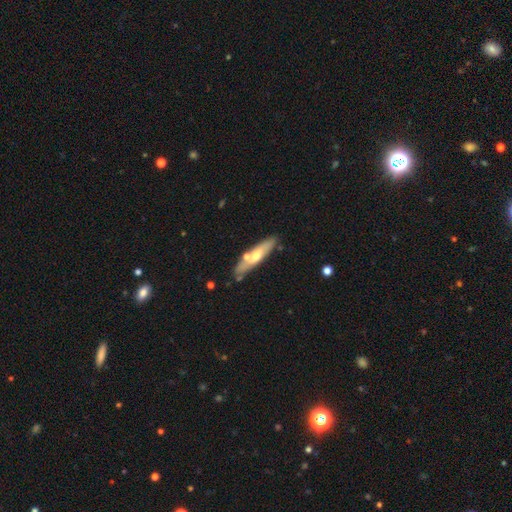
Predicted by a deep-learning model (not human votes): The model was most divided on "smooth or featured": smooth: 49%, featured or disk: 45%, star or artifact: 6%. More confident: merging — none (74%).